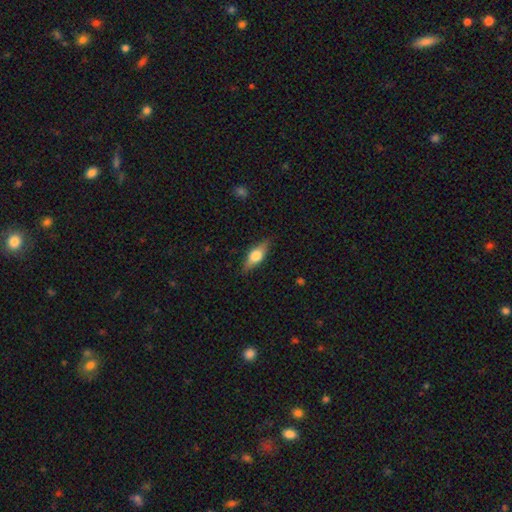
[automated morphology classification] type=smooth (47%); merging=none (86%).